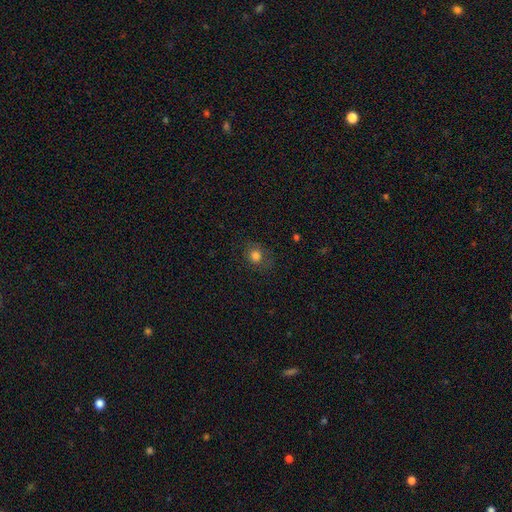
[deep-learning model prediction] This appears to be a smooth galaxy with no disk features (79%) that is round (69%). Merging: none (77%).